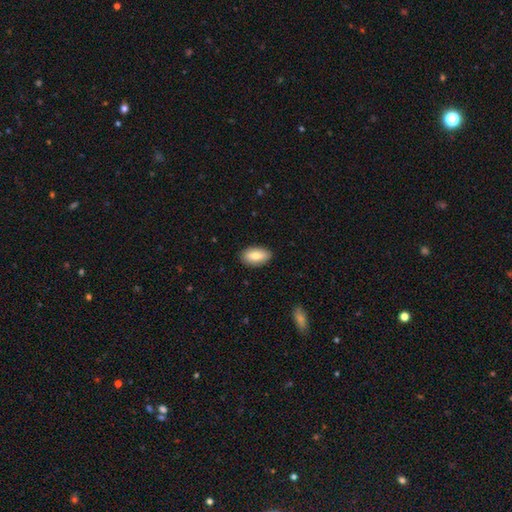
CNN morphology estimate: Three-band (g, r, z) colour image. It shows a smooth galaxy with no disk features (78%) that is in between round and cigar-shaped (92%). Merging: none (88%).